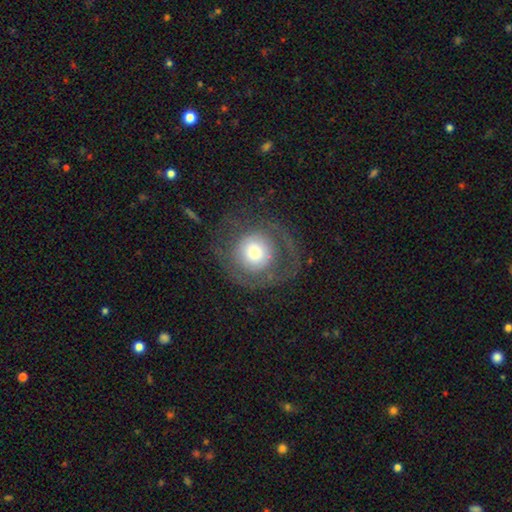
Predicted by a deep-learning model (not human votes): A featured or disk galaxy (50%). Merging: none (64%).